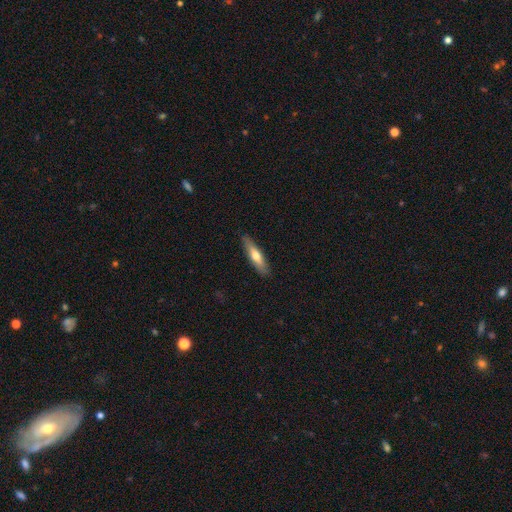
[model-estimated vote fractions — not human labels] Smooth or featured? Predicted: smooth (p=0.58). How rounded? Predicted: cigar-shaped (p=0.76). Merging? Predicted: none (p=0.88).